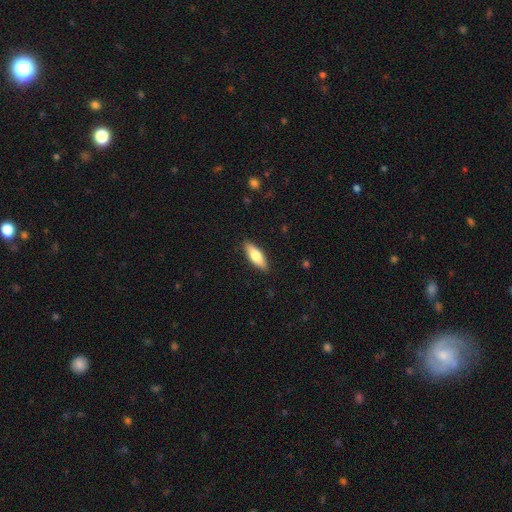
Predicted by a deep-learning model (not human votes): A smooth galaxy with no disk features (71%) that is in between round and cigar-shaped (60%). Merging: none (89%).